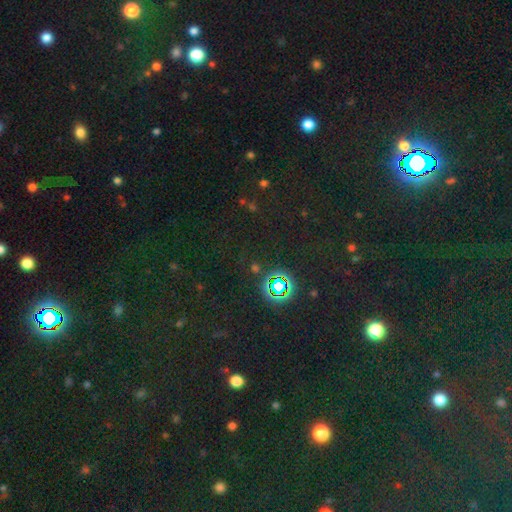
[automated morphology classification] A star or artifact, not a galaxy (72%).

Vote fractions:
- Smooth or featured? star or artifact: 72% / smooth: 21% / featured or disk: 7%